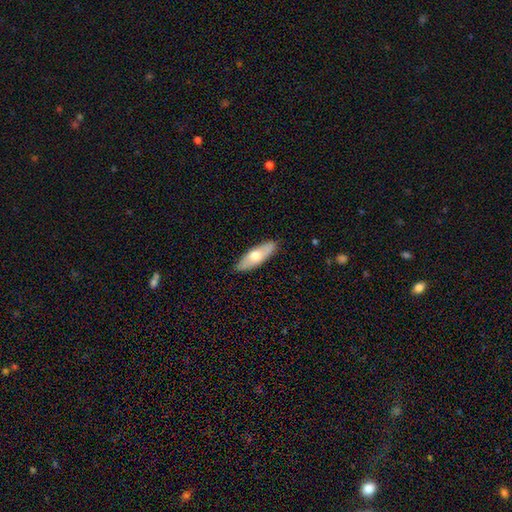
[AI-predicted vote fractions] This appears to be a smooth galaxy with no disk features (60%) that is in between round and cigar-shaped (59%). Merging: none (88%).